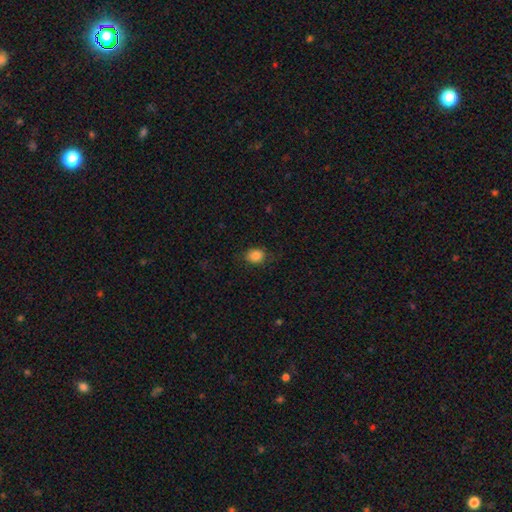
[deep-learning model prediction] Overall: smooth (86%). How rounded: round (54%; in between 45%). Merging: none (79%).